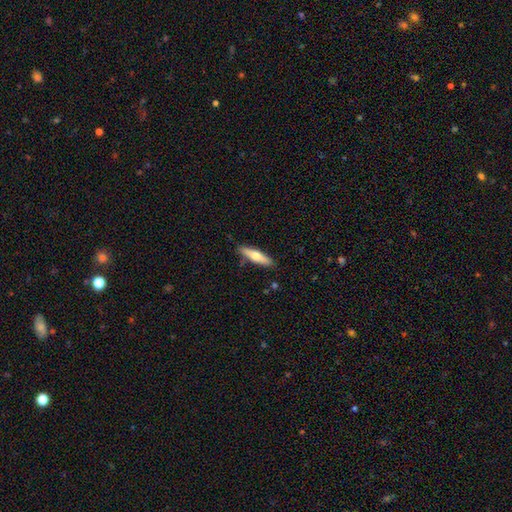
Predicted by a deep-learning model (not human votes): Morphology: type=smooth (57%); roundness=cigar-shaped (72%); merging=none (85%).